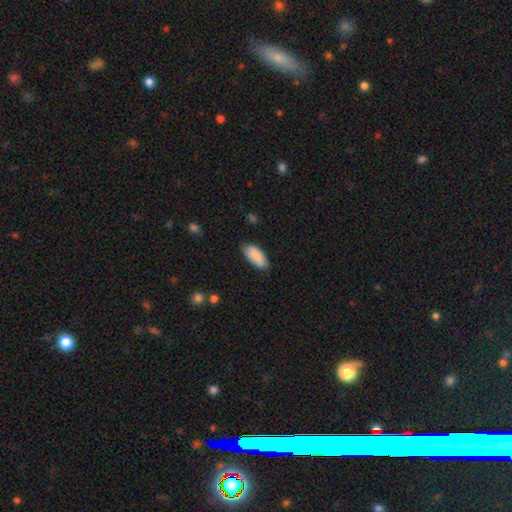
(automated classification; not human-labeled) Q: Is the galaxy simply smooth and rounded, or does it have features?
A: smooth — 89%.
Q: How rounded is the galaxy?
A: in between — 89%.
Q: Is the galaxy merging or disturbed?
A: none — 80%.